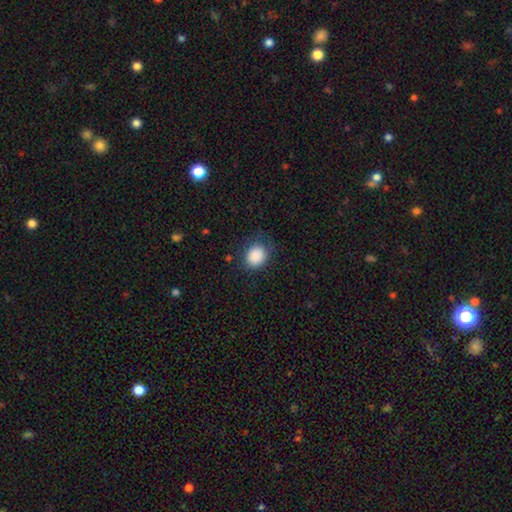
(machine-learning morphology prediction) A smooth galaxy with no disk features (88%) that is round (62%).

Vote fractions:
- Smooth or featured? smooth: 88% / star or artifact: 8% / featured or disk: 4%
- How rounded? round: 62% / in between: 37% / cigar-shaped: 1%
- Merging? none: 72% / minor disturbance: 19% / major disturbance: 7% / merger: 1%